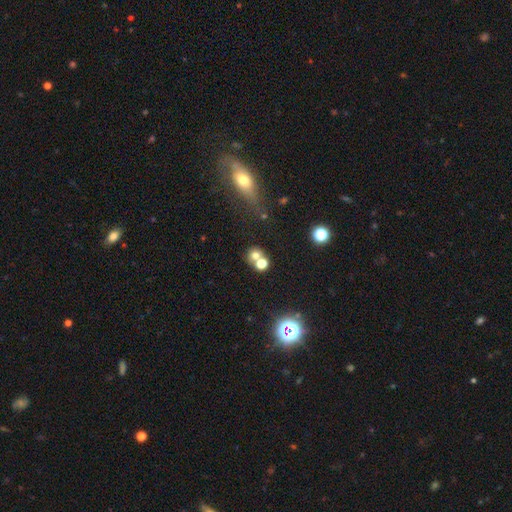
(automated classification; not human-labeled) The model was most divided on "merging": none: 45%, merger: 44%, minor disturbance: 7%, major disturbance: 4%. More confident: how rounded — round (80%); smooth or featured — smooth (67%).